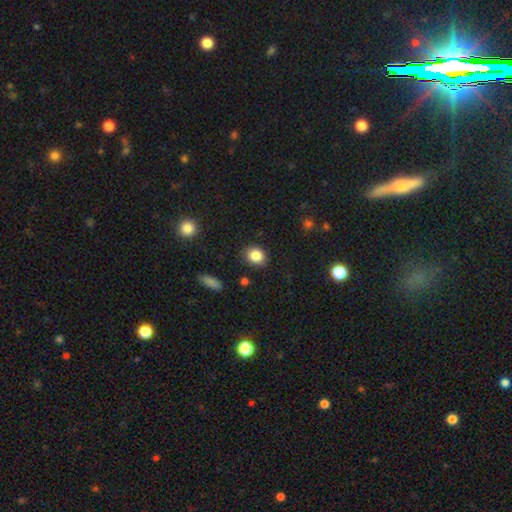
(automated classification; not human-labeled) Smooth or featured? Predicted: smooth (p=0.85). How rounded? Predicted: round (p=0.61). Merging? Predicted: none (p=0.85).